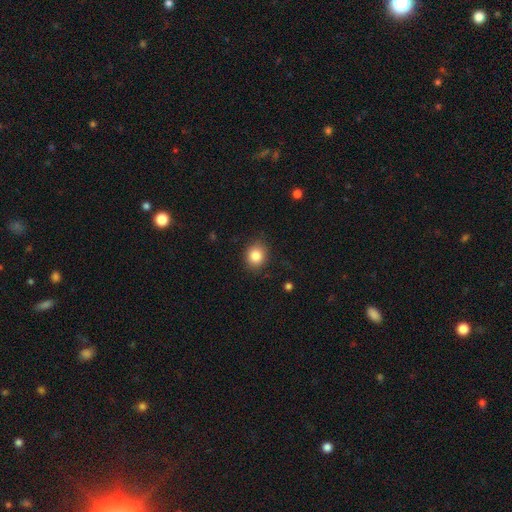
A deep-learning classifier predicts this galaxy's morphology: Smooth or featured: smooth — 84% (star or artifact — 10%)
How rounded: round — 72% (in between — 27%)
Merging: none — 85% (minor disturbance — 11%)